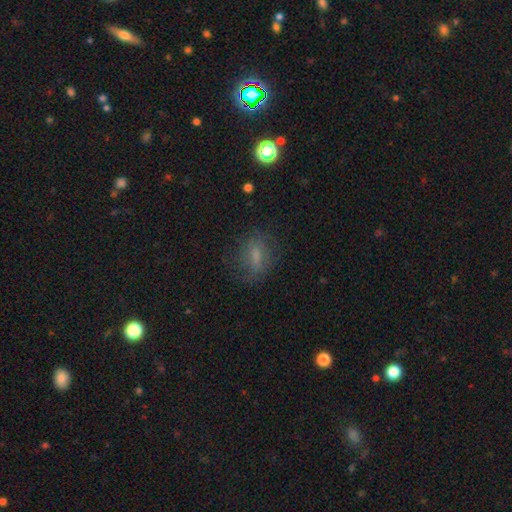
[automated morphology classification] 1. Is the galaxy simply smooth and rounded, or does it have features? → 60% smooth, 26% featured or disk, 15% star or artifact.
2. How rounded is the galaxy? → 67% in between, 21% round, 12% cigar-shaped.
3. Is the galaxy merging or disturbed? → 69% none, 18% minor disturbance, 11% major disturbance, 2% merger.